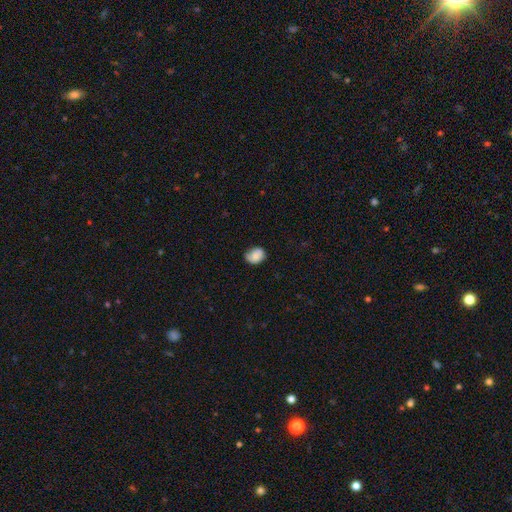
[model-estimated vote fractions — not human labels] smooth_or_featured: smooth (p=0.79) [alt: featured or disk p=0.13]
how_rounded: round (p=0.50) [alt: in between p=0.49]
merging: none (p=0.67) [alt: minor disturbance p=0.26]